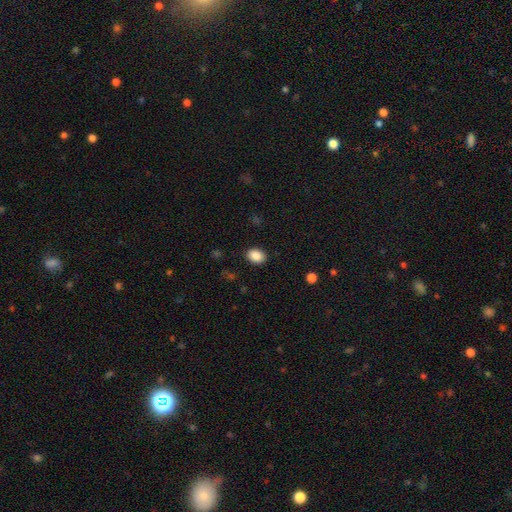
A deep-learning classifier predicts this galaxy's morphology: Smooth or featured: smooth — 88% (star or artifact — 8%)
How rounded: in between — 69% (round — 30%)
Merging: none — 89% (minor disturbance — 8%)